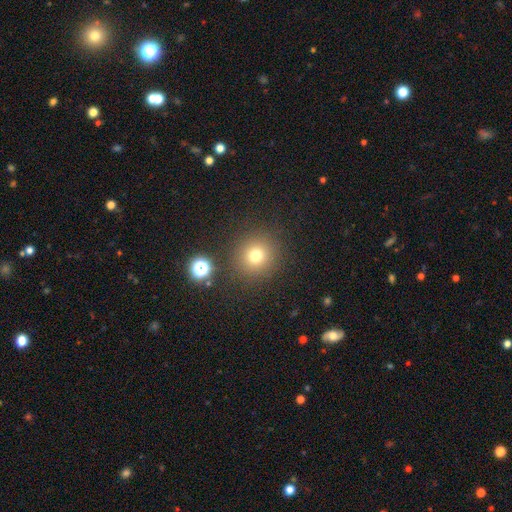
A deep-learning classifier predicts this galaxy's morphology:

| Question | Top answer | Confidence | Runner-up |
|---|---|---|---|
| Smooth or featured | smooth | 74% | star or artifact (17%) |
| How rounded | round | 92% | in between (7%) |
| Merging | none | 87% | minor disturbance (7%) |